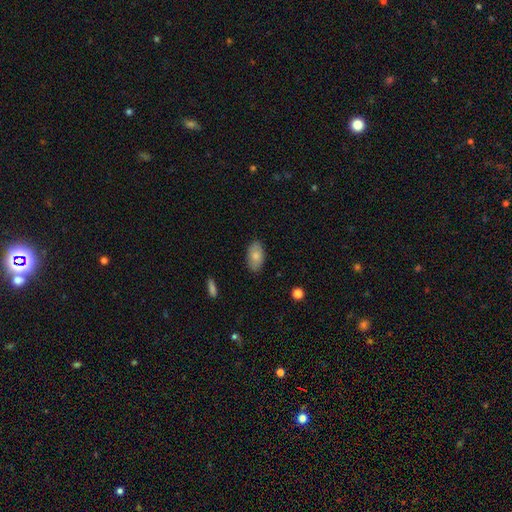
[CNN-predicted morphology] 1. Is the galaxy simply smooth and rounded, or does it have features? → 78% smooth, 16% featured or disk, 6% star or artifact.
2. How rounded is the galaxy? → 94% in between, 4% round, 2% cigar-shaped.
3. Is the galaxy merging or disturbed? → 85% none, 11% minor disturbance, 2% major disturbance, 1% merger.